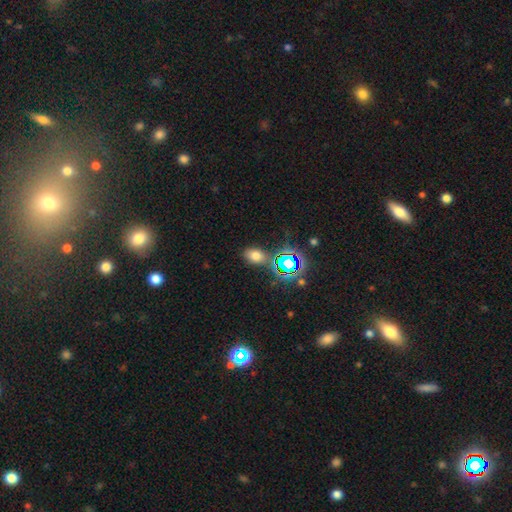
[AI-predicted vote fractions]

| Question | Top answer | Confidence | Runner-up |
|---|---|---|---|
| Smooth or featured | smooth | 64% | star or artifact (27%) |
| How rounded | in between | 82% | round (16%) |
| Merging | none | 78% | minor disturbance (13%) |